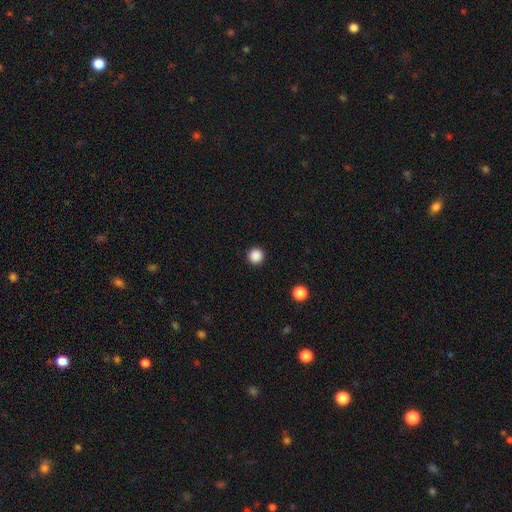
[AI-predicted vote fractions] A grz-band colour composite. It shows a smooth galaxy with no disk features (87%) that is round (95%). Merging: none (93%).